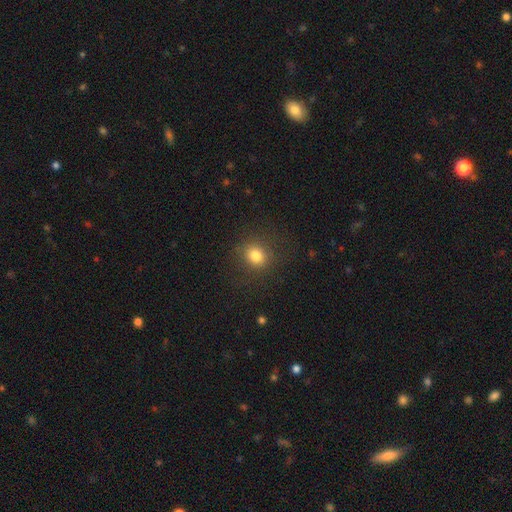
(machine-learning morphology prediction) Smooth or featured?
  - smooth: 80% *
  - star or artifact: 13%
  - featured or disk: 7%
How rounded?
  - round: 80% *
  - in between: 19%
  - cigar-shaped: 1%
Merging?
  - none: 85% *
  - minor disturbance: 9%
  - major disturbance: 4%
  - merger: 1%